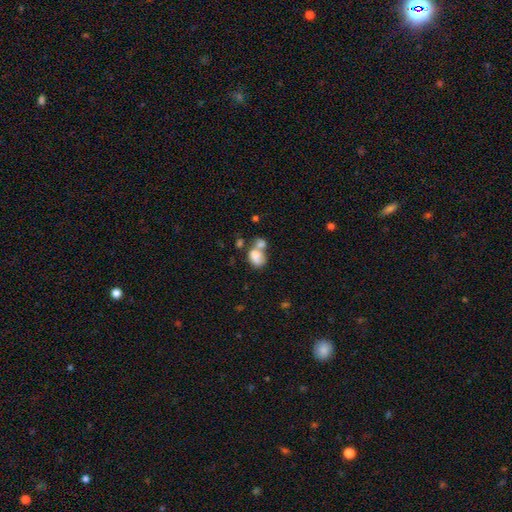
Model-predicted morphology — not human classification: smooth-or-featured: smooth: 72% | featured or disk: 19% | star or artifact: 9%
  how-rounded: in between: 74% | round: 25% | cigar-shaped: 1%
  merging: merger: 61% | none: 19% | minor disturbance: 10% | major disturbance: 9%